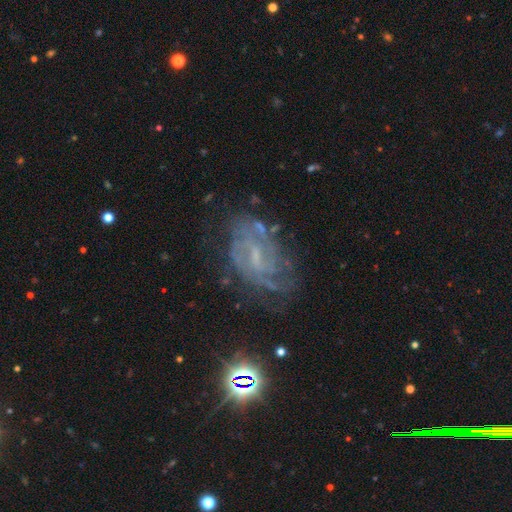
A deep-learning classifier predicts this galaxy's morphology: Smooth or featured? featured or disk (76%)
Edge-on disk? no (96%)
Bar? weak (53%)
Spiral arms? yes (85%)
Spiral winding? tight (45%)
Spiral arm count? can't tell (43%)
Bulge size? small (48%)
Merging? none (60%)